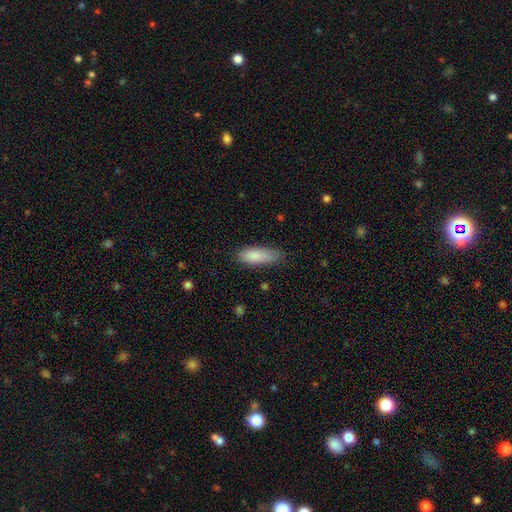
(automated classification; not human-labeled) Q: Smooth or featured?
A: smooth (87%); runner-up: featured or disk (7%)
Q: How rounded?
A: in between (60%); runner-up: cigar-shaped (38%)
Q: Merging?
A: none (72%); runner-up: minor disturbance (22%)